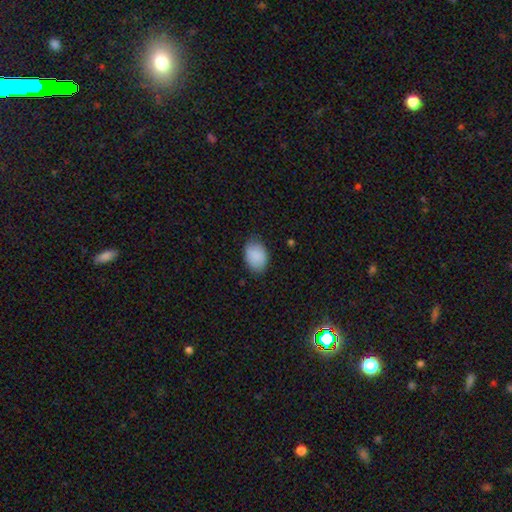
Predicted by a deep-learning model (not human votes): Morphology: type=smooth (89%); roundness=in between (77%); merging=none (76%).